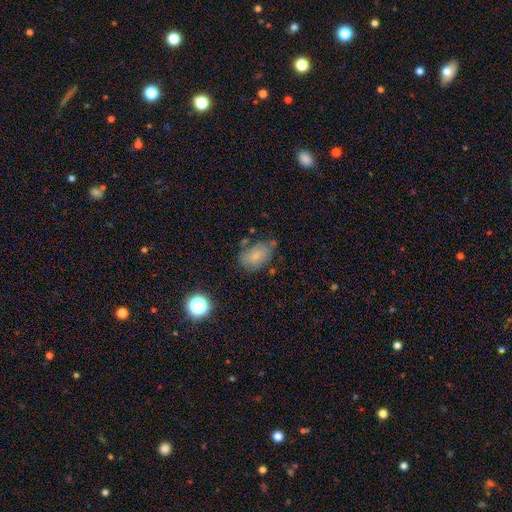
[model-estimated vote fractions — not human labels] This is likely a smooth galaxy (70%). How rounded: clearly in between (86%). Merging: possibly none (55%).